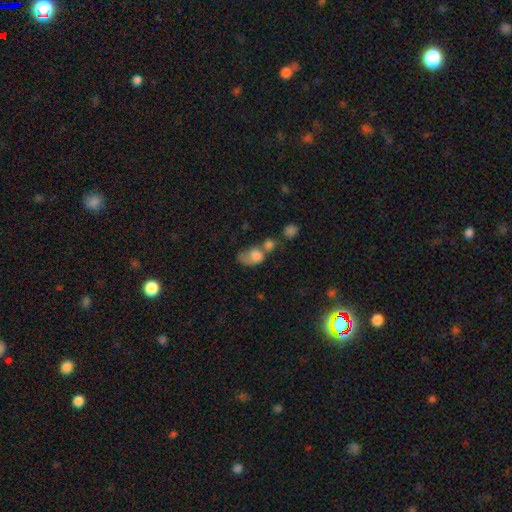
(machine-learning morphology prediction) Smooth or featured? smooth (73%)
How rounded? in between (66%)
Merging? merger (50%)